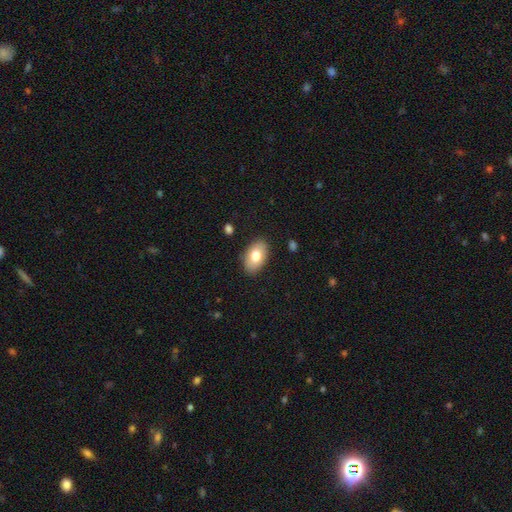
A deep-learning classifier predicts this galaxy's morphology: smooth-or-featured: smooth: 77% | featured or disk: 17% | star or artifact: 7%
  how-rounded: in between: 93% | round: 6% | cigar-shaped: 1%
  merging: none: 87% | minor disturbance: 10% | major disturbance: 2% | merger: 1%